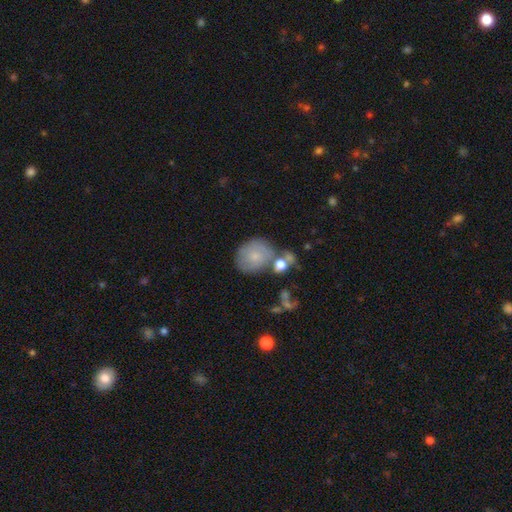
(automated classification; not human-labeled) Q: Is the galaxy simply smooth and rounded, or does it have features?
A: smooth — 63%.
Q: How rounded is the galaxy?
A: round — 59%.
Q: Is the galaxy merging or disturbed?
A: none — 50%.